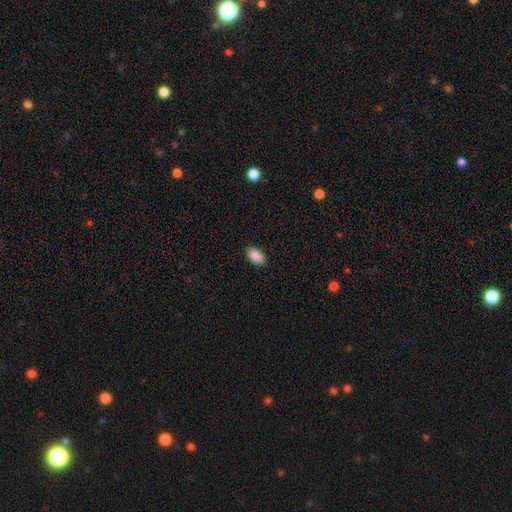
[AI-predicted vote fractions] smooth-or-featured: smooth: 90% | star or artifact: 7% | featured or disk: 3%
  how-rounded: in between: 94% | round: 3% | cigar-shaped: 2%
  merging: none: 88% | minor disturbance: 9% | major disturbance: 2% | merger: 1%